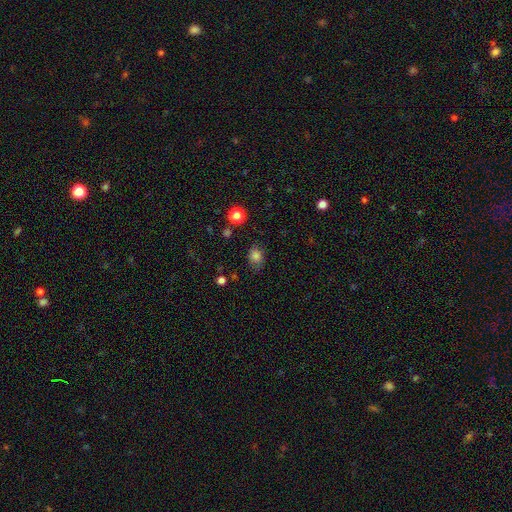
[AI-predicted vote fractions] Smooth or featured: smooth — 82% (star or artifact — 13%)
How rounded: in between — 59% (round — 40%)
Merging: none — 73% (minor disturbance — 20%)